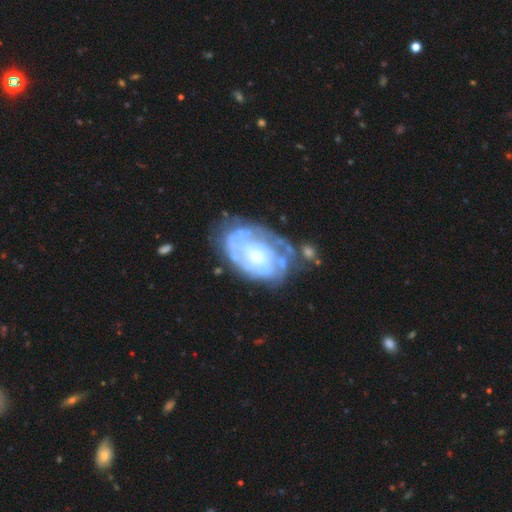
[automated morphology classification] This is clearly a featured or disk galaxy (81%). It is clearly not viewed edge-on (97%). Bar: likely no (71%). Spiral arm pattern: clearly yes (81%). Spiral arm count: possibly can't tell (52%). Spiral winding: likely tight (66%). Central bulge: possibly small (47%). Merging: possibly none (53%).